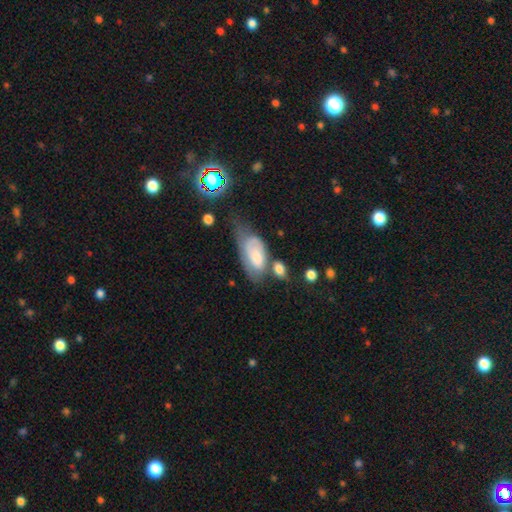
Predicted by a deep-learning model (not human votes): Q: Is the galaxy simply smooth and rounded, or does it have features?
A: smooth — 57%.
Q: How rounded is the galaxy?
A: in between — 91%.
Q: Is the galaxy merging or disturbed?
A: minor disturbance — 29%.